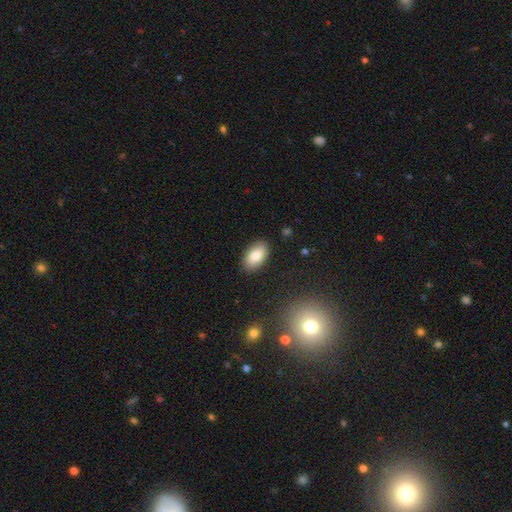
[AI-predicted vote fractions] The model was most divided on "smooth or featured": smooth: 84%, featured or disk: 9%, star or artifact: 7%. More confident: how rounded — in between (94%); merging — none (88%).